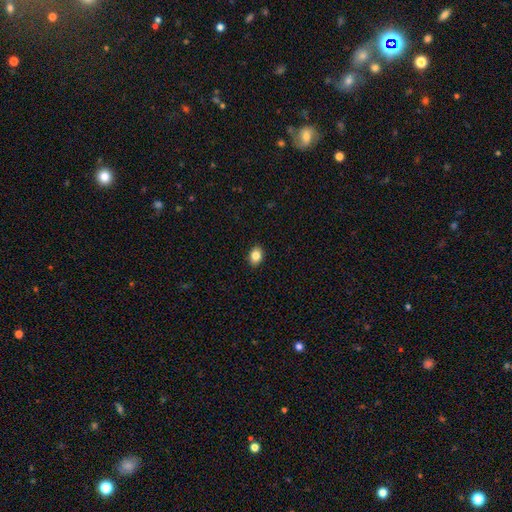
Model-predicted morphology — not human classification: Smooth or featured: smooth — 85% (star or artifact — 9%)
How rounded: in between — 66% (round — 33%)
Merging: none — 91% (minor disturbance — 7%)